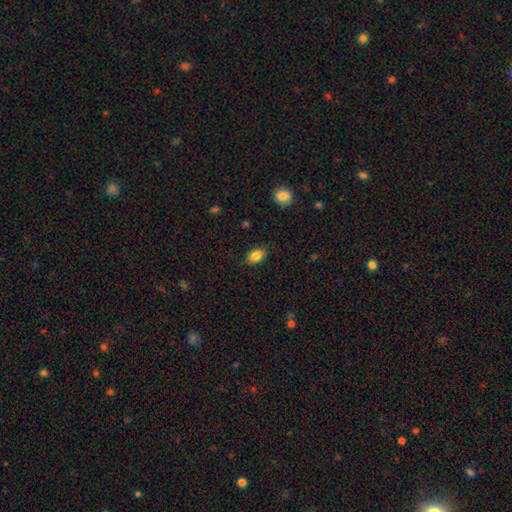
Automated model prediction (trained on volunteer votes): Overall: smooth (85%). How rounded: in between (85%). Merging: none (85%).